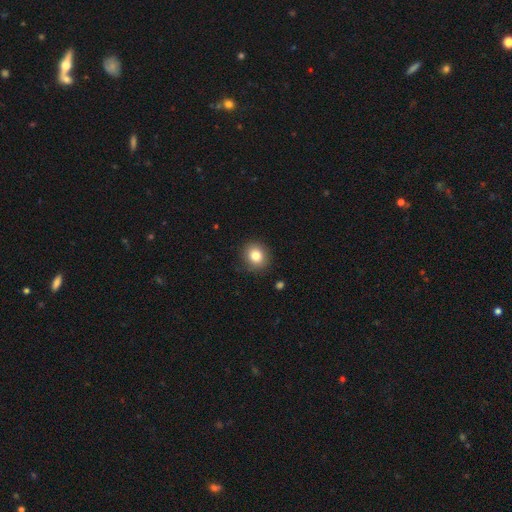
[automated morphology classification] Q: Smooth or featured?
A: smooth (81%); runner-up: star or artifact (10%)
Q: How rounded?
A: round (80%); runner-up: in between (19%)
Q: Merging?
A: none (88%); runner-up: minor disturbance (9%)